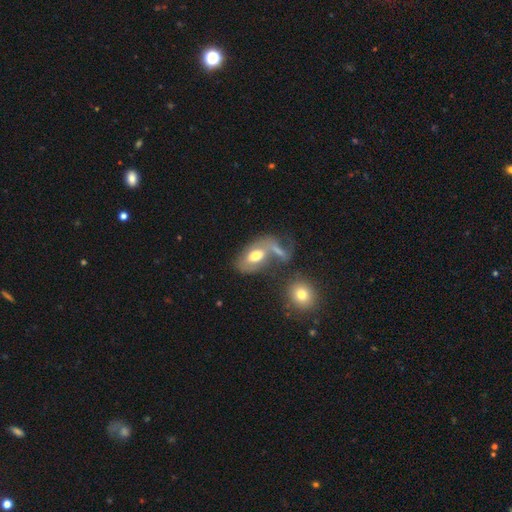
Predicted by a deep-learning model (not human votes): Overall: smooth (57%; featured or disk 35%). How rounded: in between (89%). Merging: merger (36%; none 33%).